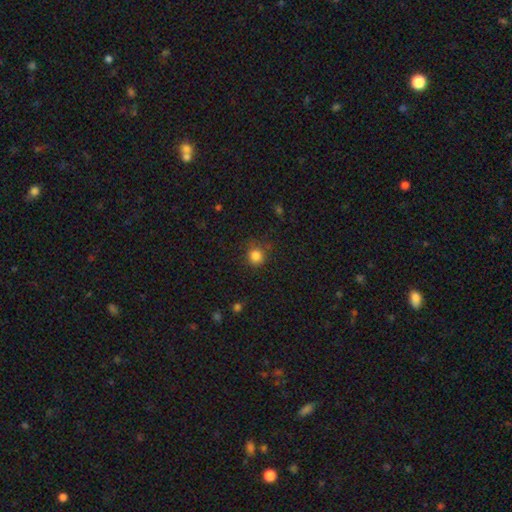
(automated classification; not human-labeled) smooth 84%, star or artifact 12%, featured or disk 4%. Down the decision tree: how rounded — round (91%); merging — none (79%).